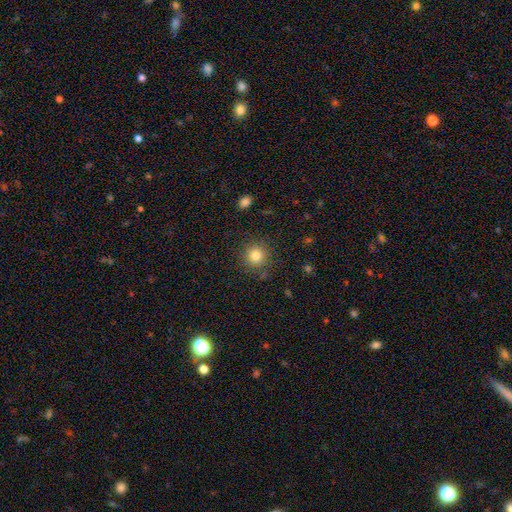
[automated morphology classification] Smooth or featured? Predicted: smooth (p=0.81). How rounded? Predicted: round (p=0.93). Merging? Predicted: none (p=0.87).